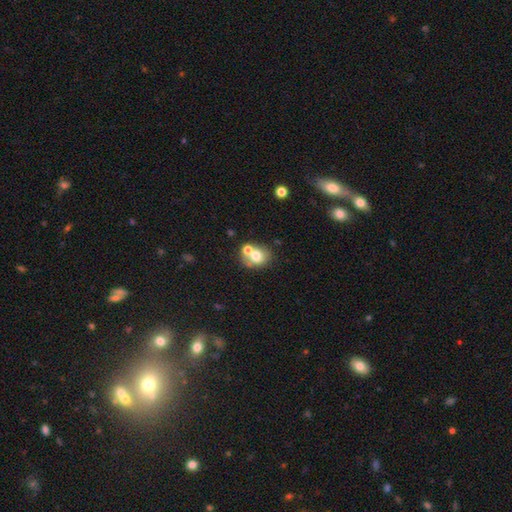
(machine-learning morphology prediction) Smooth or featured: smooth — 70% (featured or disk — 19%)
How rounded: round — 64% (in between — 35%)
Merging: none — 46% (merger — 39%)